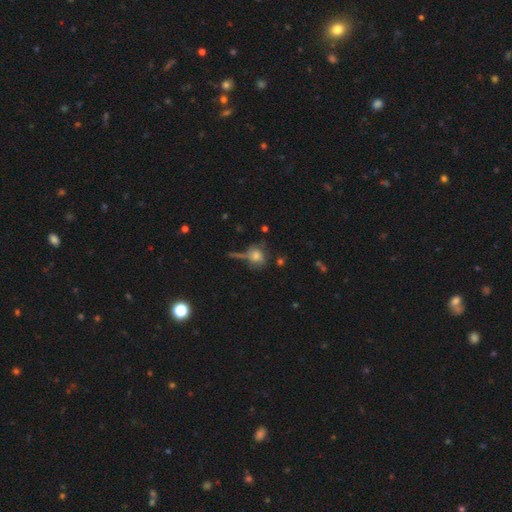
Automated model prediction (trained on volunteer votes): Smooth or featured: smooth — 66% (featured or disk — 20%)
How rounded: round — 66% (in between — 31%)
Merging: none — 49% (minor disturbance — 20%)